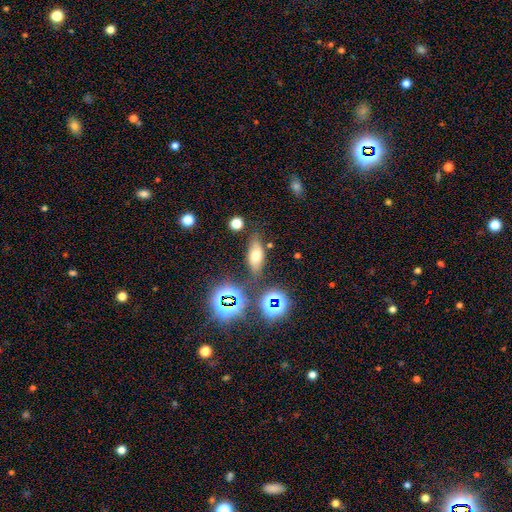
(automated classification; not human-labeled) smooth_or_featured: smooth (p=0.61) [alt: star or artifact p=0.20]
how_rounded: in between (p=0.74) [alt: cigar-shaped p=0.18]
merging: none (p=0.76) [alt: minor disturbance p=0.14]